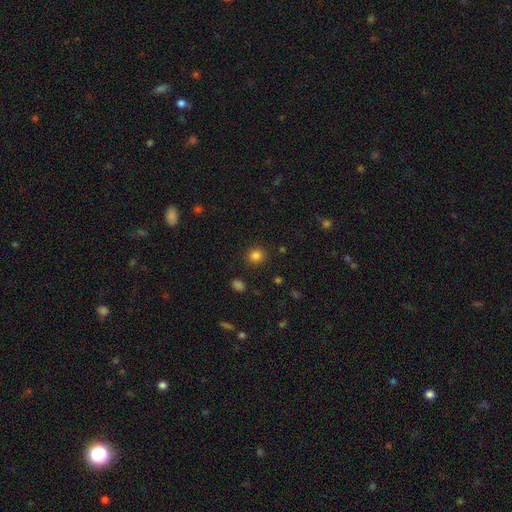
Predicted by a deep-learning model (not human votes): Morphology: type=smooth (83%); roundness=round (84%); merging=none (89%).